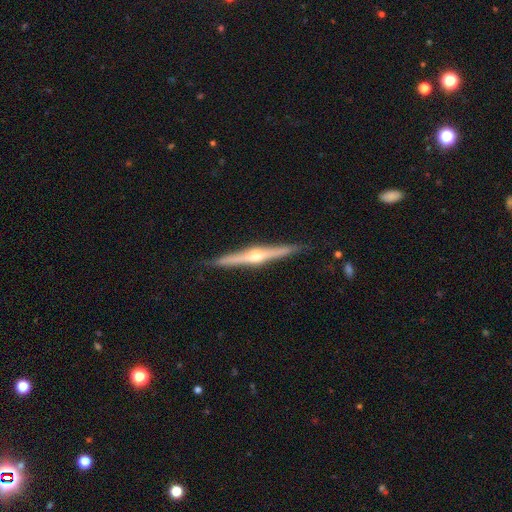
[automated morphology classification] A featured or disk galaxy (81%) viewed edge-on (98%) with a rounded central bulge (94%).

Vote fractions:
- Smooth or featured? featured or disk: 81% / smooth: 13% / star or artifact: 5%
- Edge-on disk? yes: 98% / no: 2%
- Edge-on bulge? rounded: 94% / none: 3% / boxy: 3%
- Merging? none: 90% / minor disturbance: 7% / major disturbance: 1% / merger: 1%